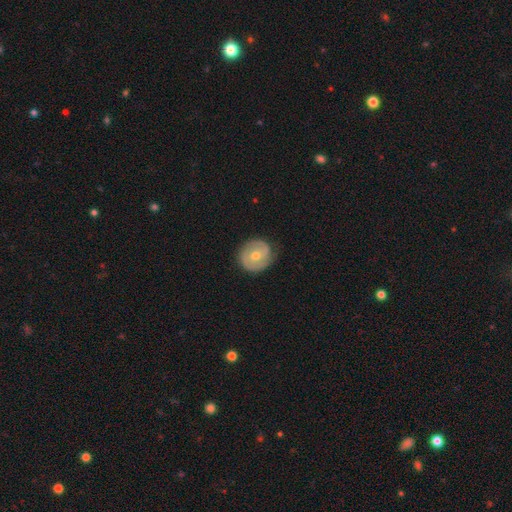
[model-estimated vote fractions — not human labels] smooth_or_featured: featured or disk (p=0.68) [alt: smooth p=0.26]
disk_edge_on: no (p=0.97) [alt: yes p=0.03]
bar: no (p=0.61) [alt: weak p=0.31]
has_spiral_arms: yes (p=0.78) [alt: no p=0.22]
spiral_winding: tight (p=0.57) [alt: medium p=0.32]
spiral_arm_count: 2 (p=0.69) [alt: can't tell p=0.16]
bulge_size: moderate (p=0.69) [alt: small p=0.27]
merging: none (p=0.82) [alt: minor disturbance p=0.13]